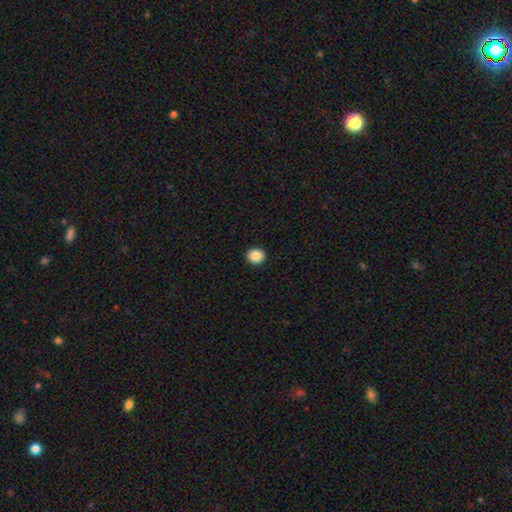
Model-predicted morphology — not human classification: Overall: smooth (88%). How rounded: round (81%). Merging: none (93%).